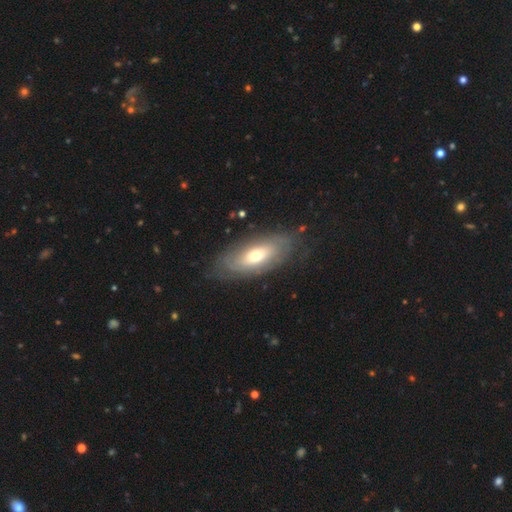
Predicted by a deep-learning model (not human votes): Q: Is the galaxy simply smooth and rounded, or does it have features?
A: featured or disk — 54%.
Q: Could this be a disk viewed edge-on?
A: no — 83%.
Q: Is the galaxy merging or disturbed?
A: none — 75%.